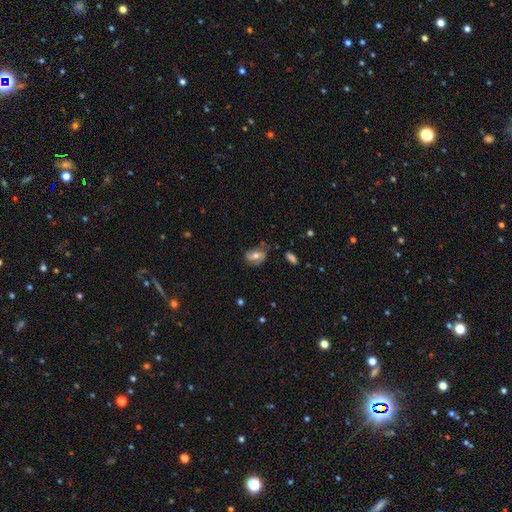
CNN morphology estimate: This is possibly a smooth galaxy (52%). How rounded: likely in between (78%). Merging: likely none (61%).